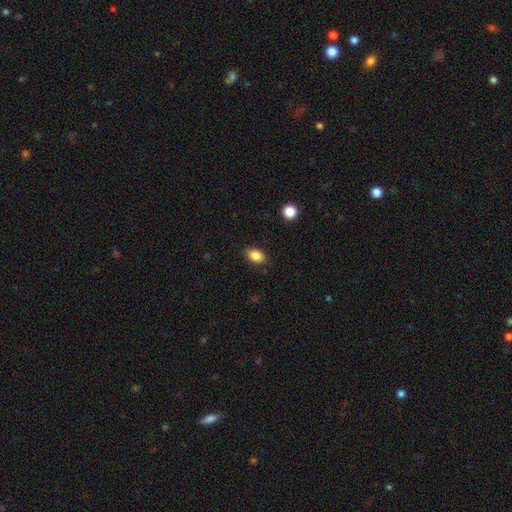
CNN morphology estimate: smooth 85%, star or artifact 9%, featured or disk 6%. Down the decision tree: how rounded — in between (85%); merging — none (86%).